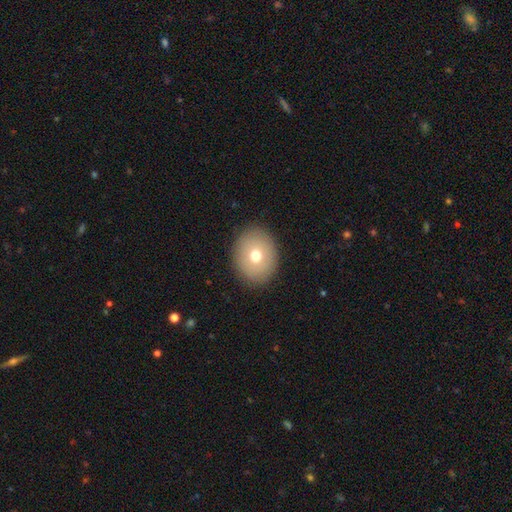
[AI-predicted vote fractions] Q: Smooth or featured?
A: smooth (70%); runner-up: featured or disk (19%)
Q: How rounded?
A: round (57%); runner-up: in between (42%)
Q: Merging?
A: none (89%); runner-up: minor disturbance (7%)